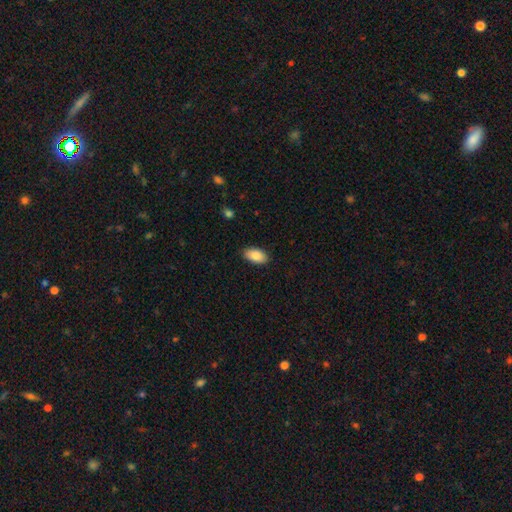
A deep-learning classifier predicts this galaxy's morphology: This is clearly a smooth galaxy (88%). How rounded: clearly in between (95%). Merging: clearly none (87%).